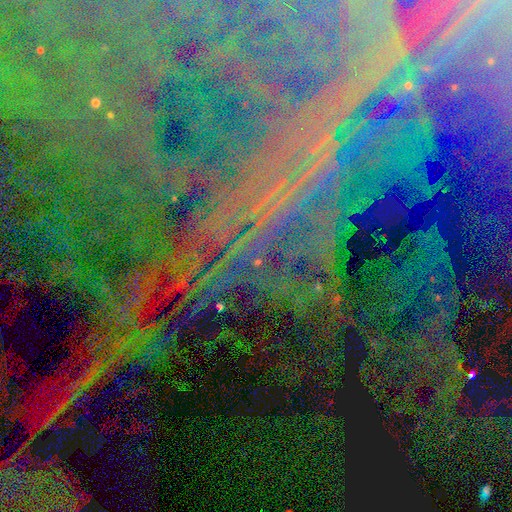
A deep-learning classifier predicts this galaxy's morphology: Smooth or featured?
  - star or artifact: 75% *
  - featured or disk: 16%
  - smooth: 9%